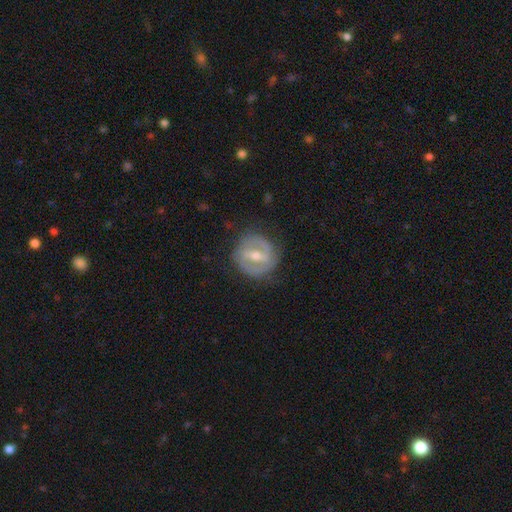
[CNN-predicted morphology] A featured or disk galaxy (76%) with a strong bar (48%), 2 (71%) tight (52%) spiral arms (70%) and a moderate central bulge (62%).

Vote fractions:
- Smooth or featured? featured or disk: 76% / smooth: 18% / star or artifact: 6%
- Edge-on disk? no: 96% / yes: 4%
- Bar? strong: 48% / weak: 40% / no: 12%
- Spiral arms? yes: 70% / no: 30%
- Spiral winding? tight: 52% / medium: 35% / loose: 12%
- Spiral arm count? 2: 71% / can't tell: 18% / 1: 4% / 3: 3% / 4: 1% / more than 4: 1%
- Bulge size? moderate: 62% / small: 33% / large: 3% / none: 1% / dominant: 1%
- Merging? none: 79% / minor disturbance: 14% / major disturbance: 5% / merger: 1%